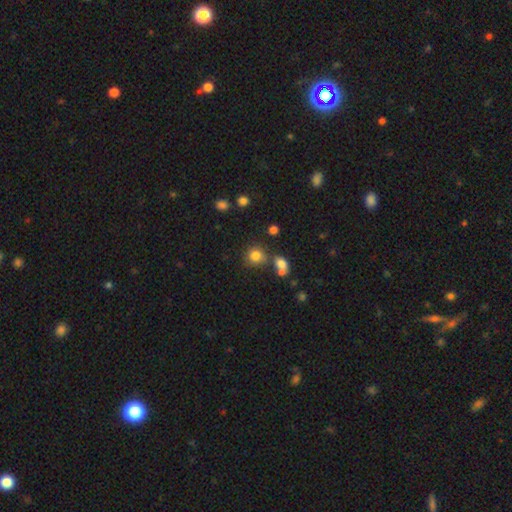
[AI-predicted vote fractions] Smooth or featured? smooth (80%)
How rounded? round (86%)
Merging? none (70%)